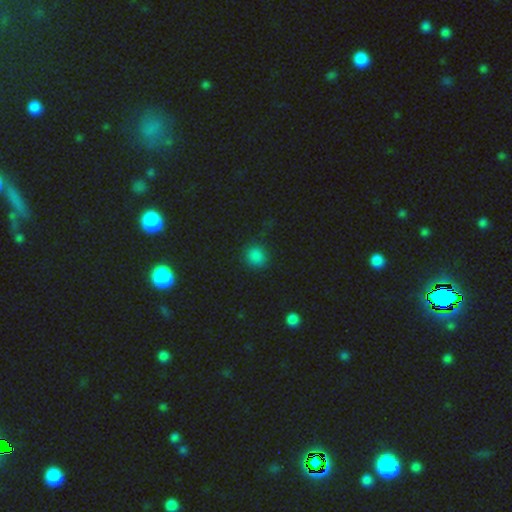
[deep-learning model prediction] smooth-or-featured: smooth: 81% | star or artifact: 15% | featured or disk: 4%
  how-rounded: round: 81% | in between: 17% | cigar-shaped: 1%
  merging: none: 86% | minor disturbance: 10% | major disturbance: 3% | merger: 1%